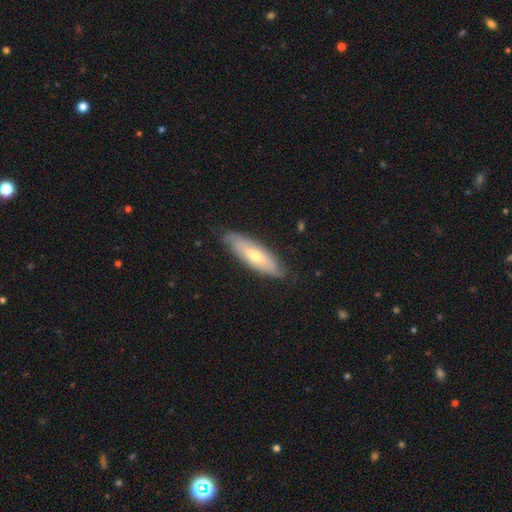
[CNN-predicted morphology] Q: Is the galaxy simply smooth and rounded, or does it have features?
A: featured or disk — 49%.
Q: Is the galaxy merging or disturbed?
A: none — 80%.